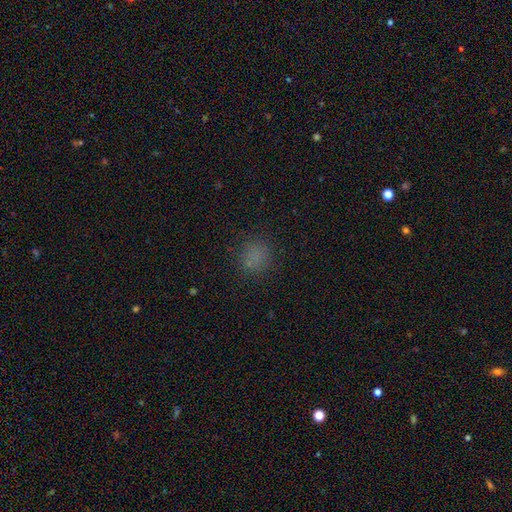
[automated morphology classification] A smooth galaxy with no disk features (74%) that is round (84%). Merging: none (83%).